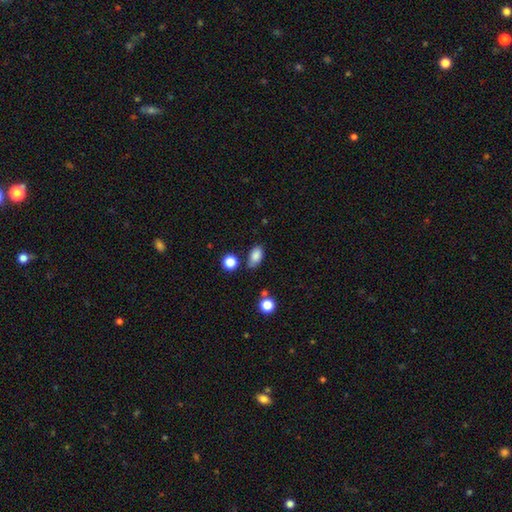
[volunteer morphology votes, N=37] A smooth galaxy with no disk features (84%) that is in between round and cigar-shaped (68%). Merging: none (47%).